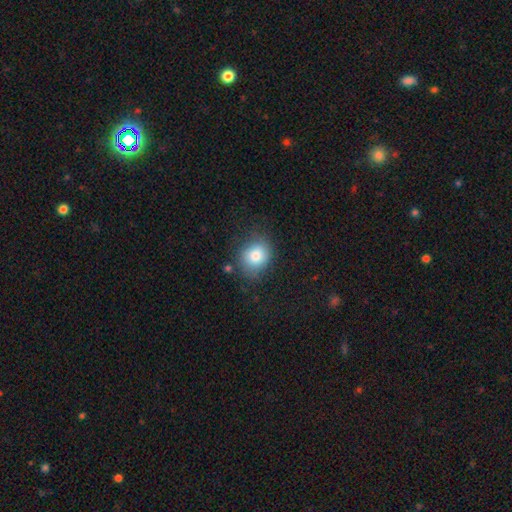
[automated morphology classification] Smooth or featured? Predicted: smooth (p=0.81). How rounded? Predicted: round (p=0.59). Merging? Predicted: none (p=0.75).